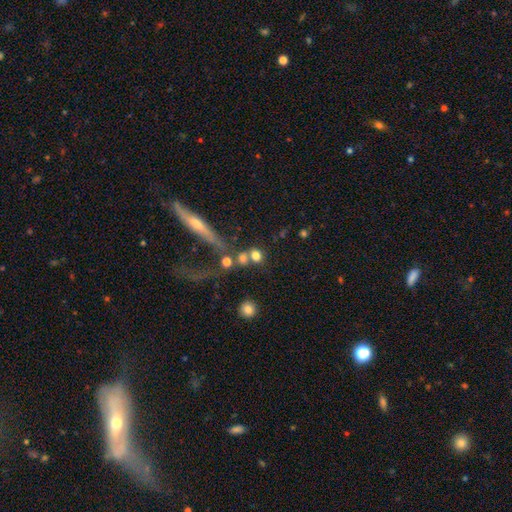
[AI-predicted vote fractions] This appears to be a smooth galaxy with no disk features (75%) that is round (72%). Merging: none (49%).